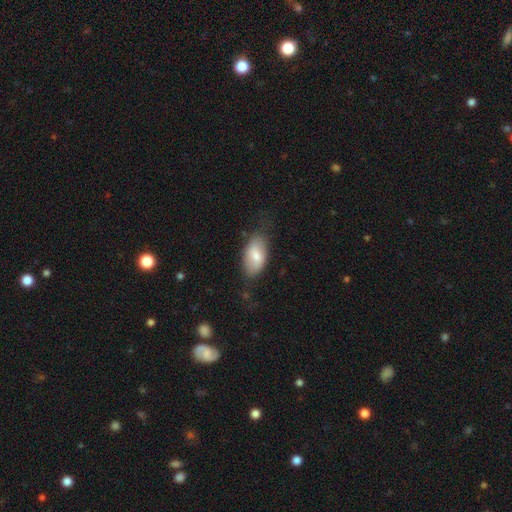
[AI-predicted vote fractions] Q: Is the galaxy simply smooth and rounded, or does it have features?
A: smooth — 75%.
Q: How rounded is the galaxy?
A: in between — 93%.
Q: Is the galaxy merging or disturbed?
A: none — 67%.